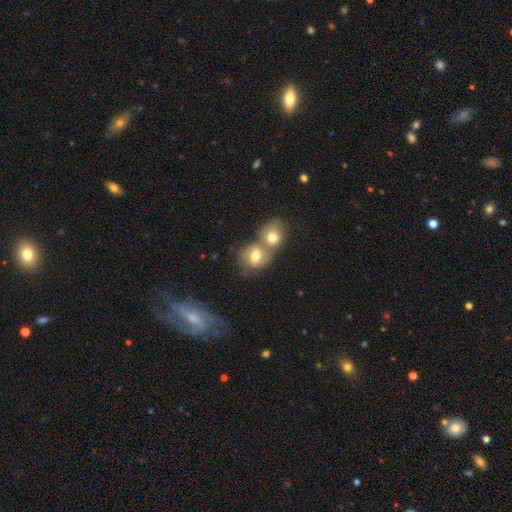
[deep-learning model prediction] Smooth or featured? Predicted: smooth (p=0.72). How rounded? Predicted: round (p=0.68). Merging? Predicted: merger (p=0.59).